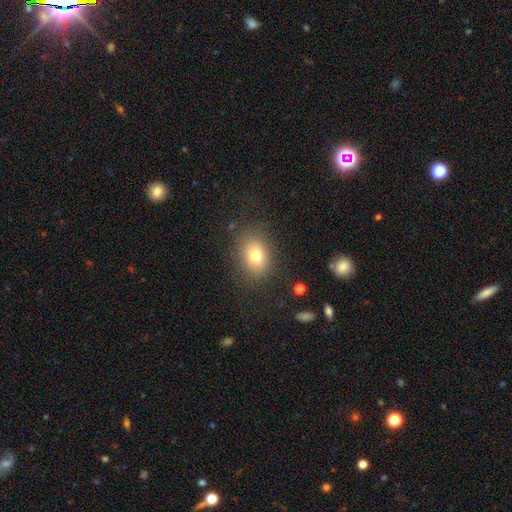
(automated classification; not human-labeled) The model was most divided on "how rounded": in between: 60%, round: 38%, cigar-shaped: 1%. More confident: merging — none (82%); smooth or featured — smooth (76%).